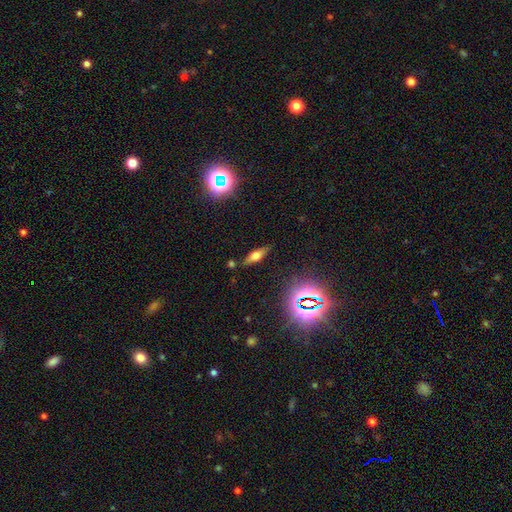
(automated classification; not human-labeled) The model was most divided on "smooth or featured": smooth: 46%, featured or disk: 37%, star or artifact: 17%. More confident: merging — none (82%).